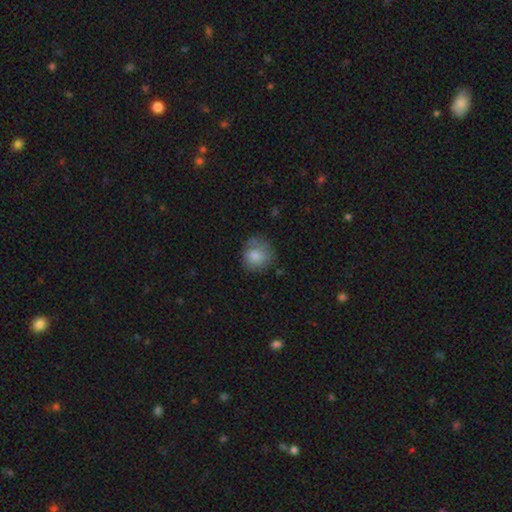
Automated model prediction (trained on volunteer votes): smooth 79%, featured or disk 13%, star or artifact 8%. Down the decision tree: how rounded — round (83%); merging — none (61%).